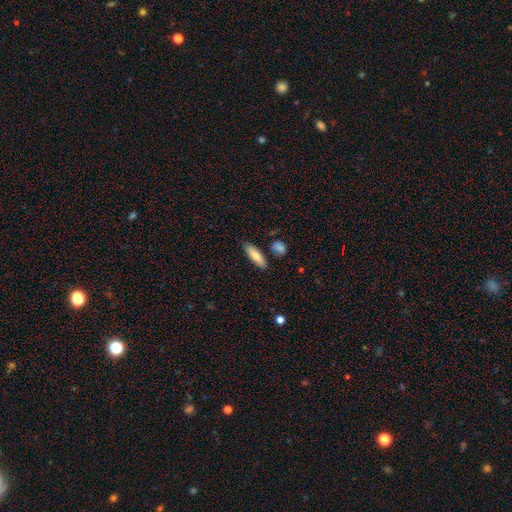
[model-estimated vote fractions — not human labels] smooth 78%, featured or disk 16%, star or artifact 6%. Down the decision tree: how rounded — in between (50%); merging — none (81%).